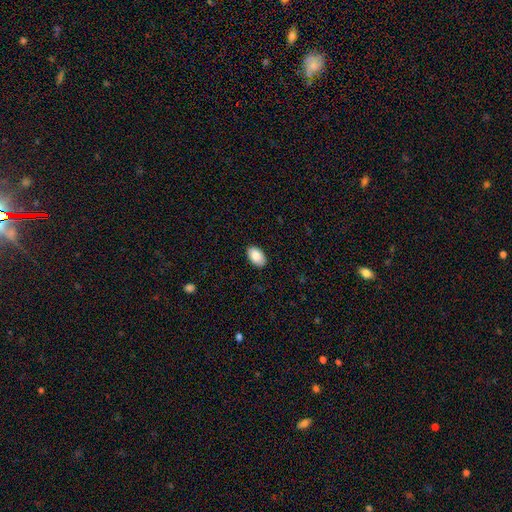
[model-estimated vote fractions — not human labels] Overall: smooth (84%). How rounded: in between (93%). Merging: none (89%).